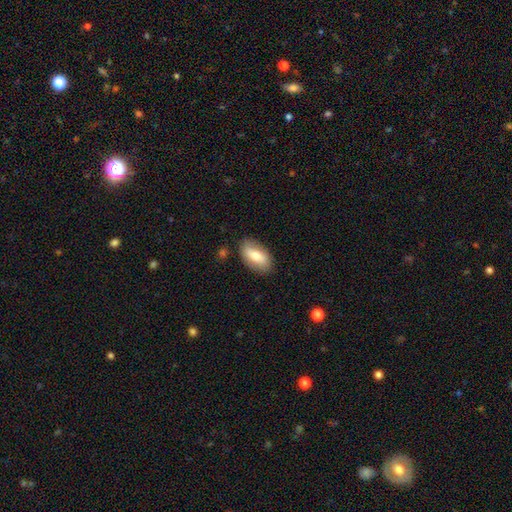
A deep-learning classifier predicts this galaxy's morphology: Smooth or featured? Predicted: smooth (p=0.73). How rounded? Predicted: in between (p=0.92). Merging? Predicted: none (p=0.82).